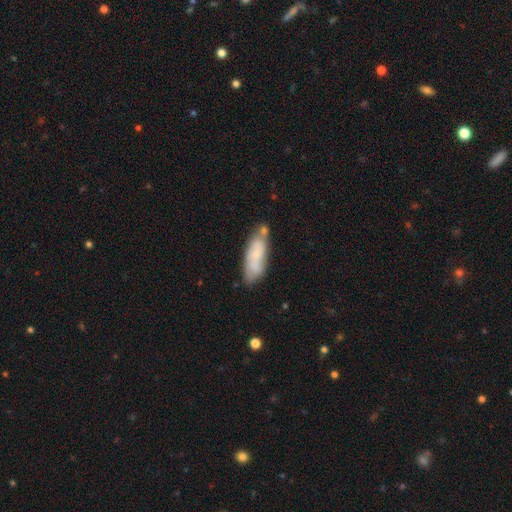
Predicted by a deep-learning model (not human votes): A smooth galaxy with no disk features (58%) that is in between round and cigar-shaped (58%). Merging: none (55%).